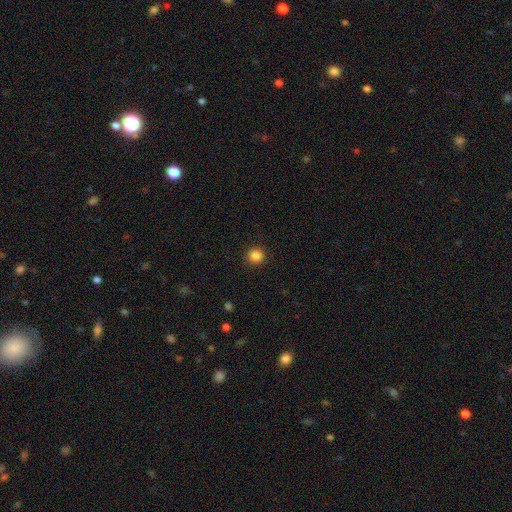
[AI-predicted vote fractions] Smooth or featured: smooth — 85% (star or artifact — 11%)
How rounded: round — 95% (in between — 4%)
Merging: none — 92% (minor disturbance — 5%)